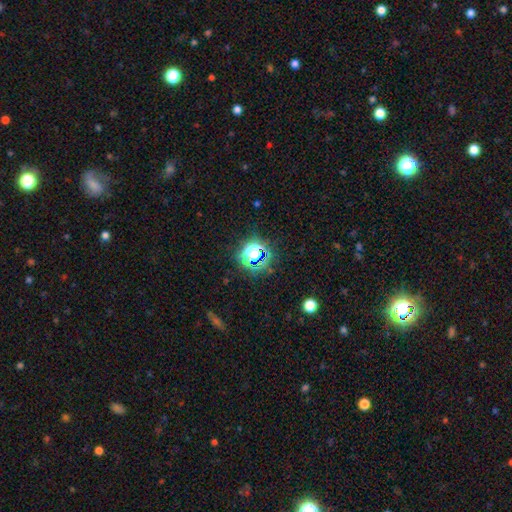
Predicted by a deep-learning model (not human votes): smooth-or-featured: star or artifact: 59% | smooth: 31% | featured or disk: 10%